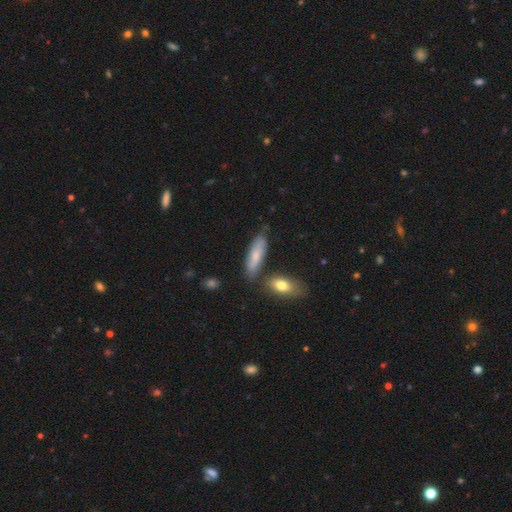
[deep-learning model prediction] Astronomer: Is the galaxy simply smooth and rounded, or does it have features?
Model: smooth — 71%.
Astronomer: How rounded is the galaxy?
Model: cigar-shaped — 53% (runner-up: in between, 45%).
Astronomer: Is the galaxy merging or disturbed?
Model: none — 66%.